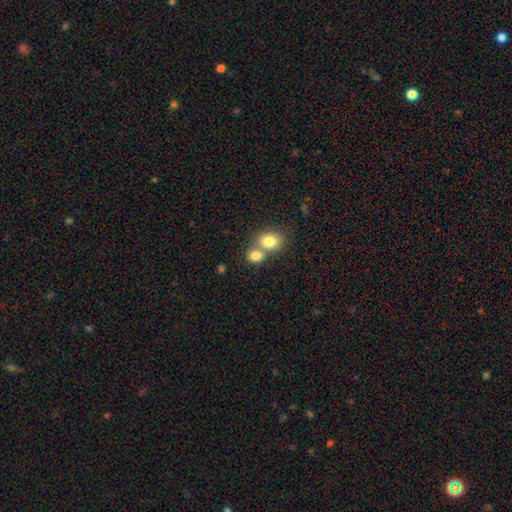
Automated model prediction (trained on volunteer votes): A smooth galaxy with no disk features (82%) that is round (58%). Merging: merger (58%).